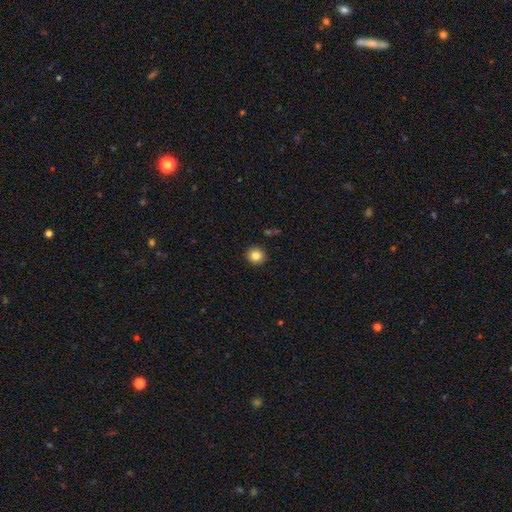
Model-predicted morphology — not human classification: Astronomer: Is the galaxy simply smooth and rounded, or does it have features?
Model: smooth — 84%.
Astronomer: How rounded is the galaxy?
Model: round — 92%.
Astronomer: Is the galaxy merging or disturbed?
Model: none — 92%.